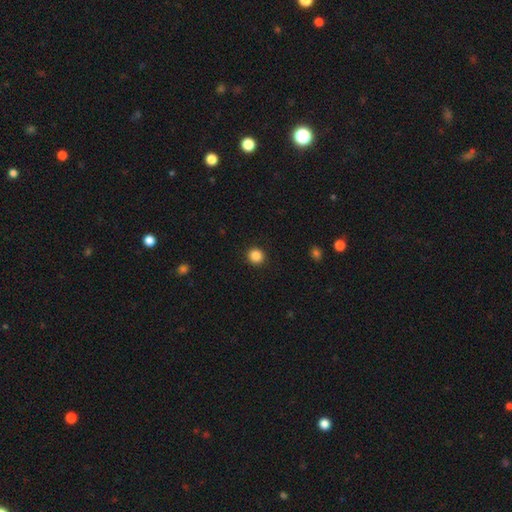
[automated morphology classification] Smooth or featured? Predicted: smooth (p=0.87). How rounded? Predicted: round (p=0.91). Merging? Predicted: none (p=0.92).